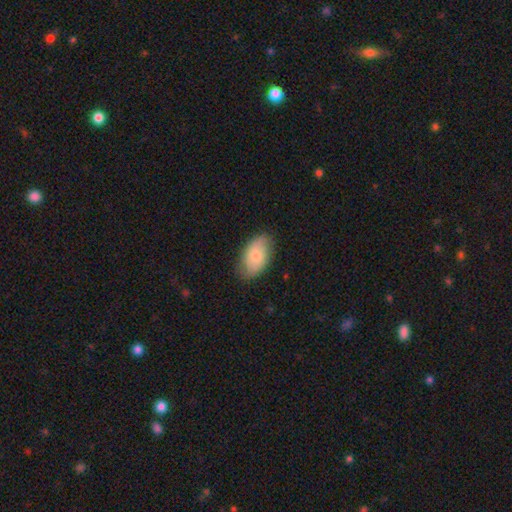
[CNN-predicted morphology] This appears to be a smooth galaxy with no disk features (72%) that is in between round and cigar-shaped (93%). Merging: none (78%).